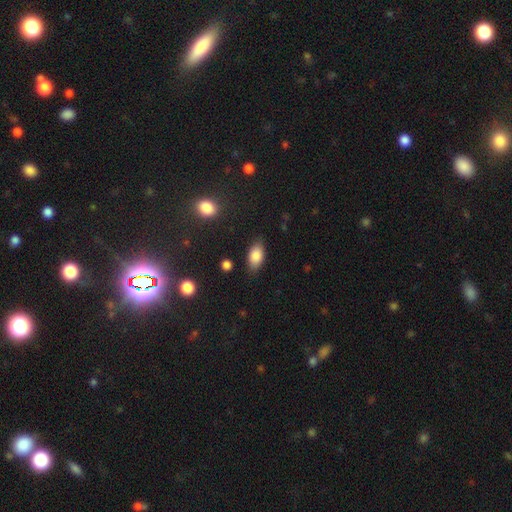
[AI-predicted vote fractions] The model was most divided on "merging": none: 83%, minor disturbance: 13%, major disturbance: 3%, merger: 2%. More confident: how rounded — in between (91%); smooth or featured — smooth (85%).